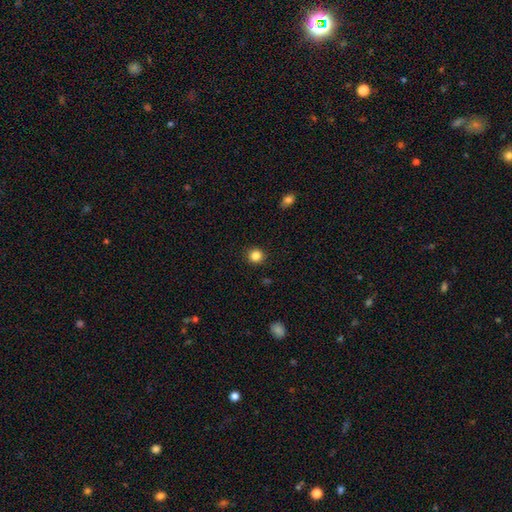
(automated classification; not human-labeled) Smooth or featured? Predicted: smooth (p=0.84). How rounded? Predicted: round (p=0.91). Merging? Predicted: none (p=0.91).